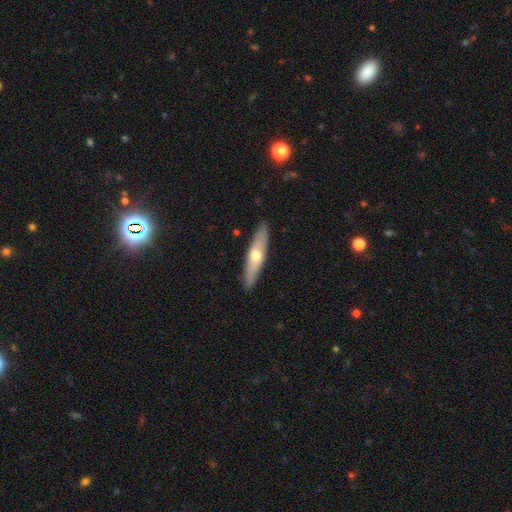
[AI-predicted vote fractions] smooth_or_featured: smooth (p=0.51) [alt: featured or disk p=0.43]
how_rounded: cigar-shaped (p=0.73) [alt: in between p=0.25]
merging: none (p=0.89) [alt: minor disturbance p=0.08]